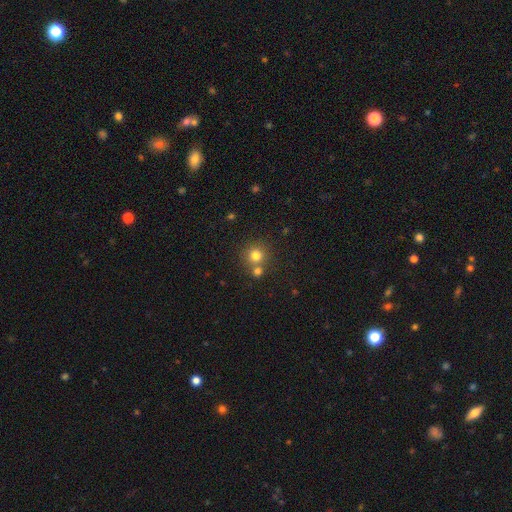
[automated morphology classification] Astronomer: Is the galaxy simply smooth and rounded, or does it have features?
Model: smooth — 78%.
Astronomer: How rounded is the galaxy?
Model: round — 92%.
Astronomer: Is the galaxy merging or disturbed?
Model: none — 62%.